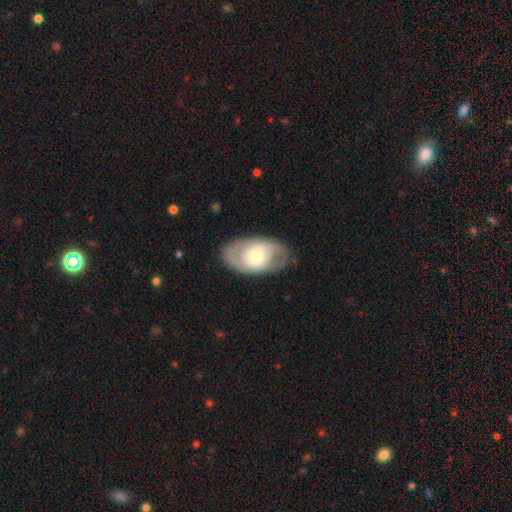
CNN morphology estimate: Q: Smooth or featured?
A: featured or disk (65%); runner-up: smooth (30%)
Q: Edge-on disk?
A: no (92%); runner-up: yes (8%)
Q: Bar?
A: no (57%); runner-up: weak (33%)
Q: Spiral arms?
A: yes (64%); runner-up: no (36%)
Q: Bulge size?
A: moderate (62%); runner-up: small (25%)
Q: Merging?
A: none (81%); runner-up: minor disturbance (13%)